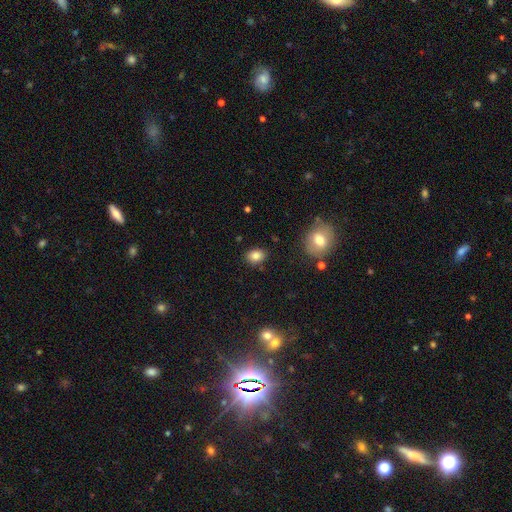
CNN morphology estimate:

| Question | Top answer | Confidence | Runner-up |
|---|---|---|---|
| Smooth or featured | smooth | 84% | star or artifact (10%) |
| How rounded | in between | 66% | round (33%) |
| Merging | none | 86% | minor disturbance (10%) |